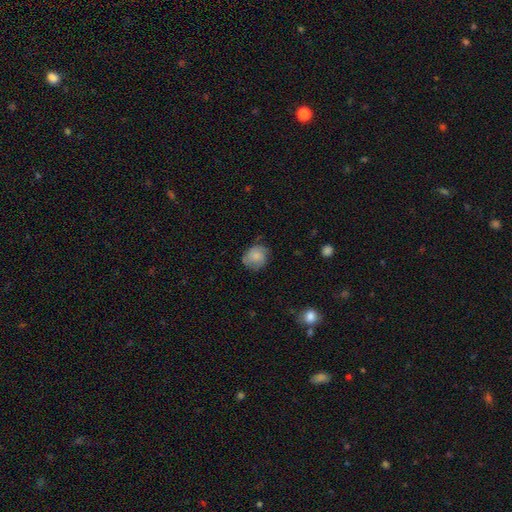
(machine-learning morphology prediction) A smooth galaxy with no disk features (73%) that is round (70%).

Vote fractions:
- Smooth or featured? smooth: 73% / featured or disk: 19% / star or artifact: 8%
- How rounded? round: 70% / in between: 29% / cigar-shaped: 1%
- Merging? none: 64% / minor disturbance: 27% / major disturbance: 8% / merger: 1%